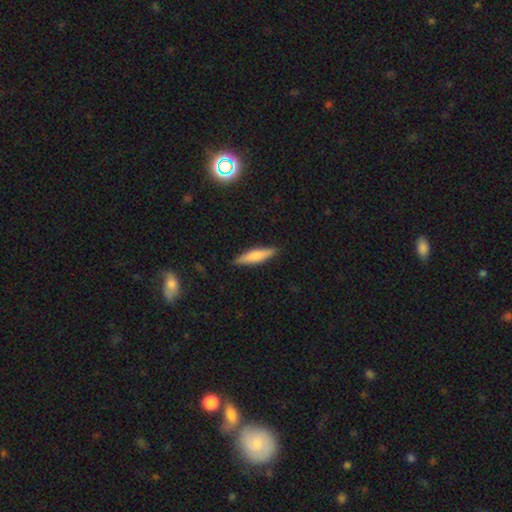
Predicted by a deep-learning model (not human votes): Overall: smooth (72%). How rounded: cigar-shaped (77%). Merging: none (89%).